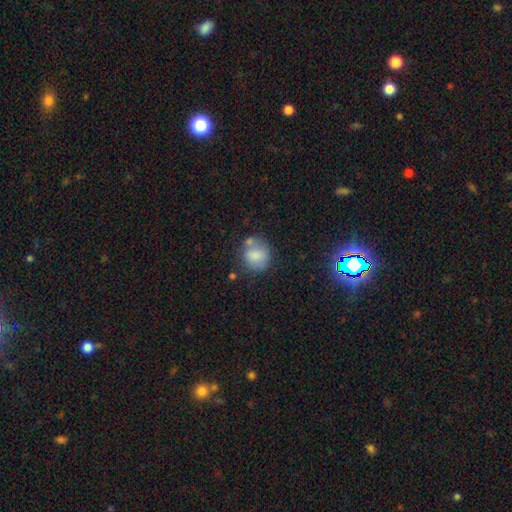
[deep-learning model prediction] A smooth galaxy with no disk features (74%) that is round (76%). Merging: none (55%).